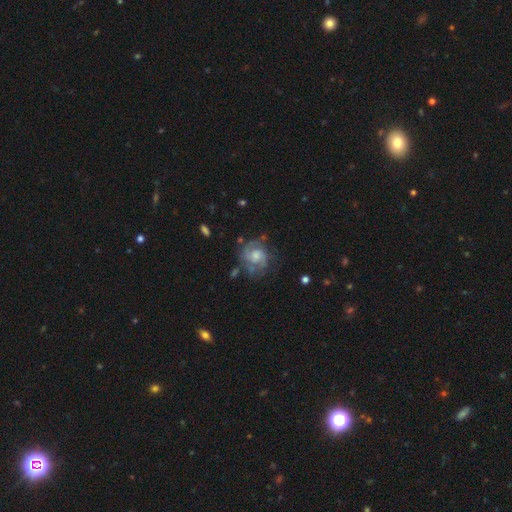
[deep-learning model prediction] This is likely a featured or disk galaxy (74%). It is clearly not viewed edge-on (98%). Bar: likely no (64%). Spiral arm pattern: clearly yes (90%). Spiral arm count: likely 2 (63%). Spiral winding: marginally medium (43%). Central bulge: possibly moderate (48%). Merging: possibly none (60%).